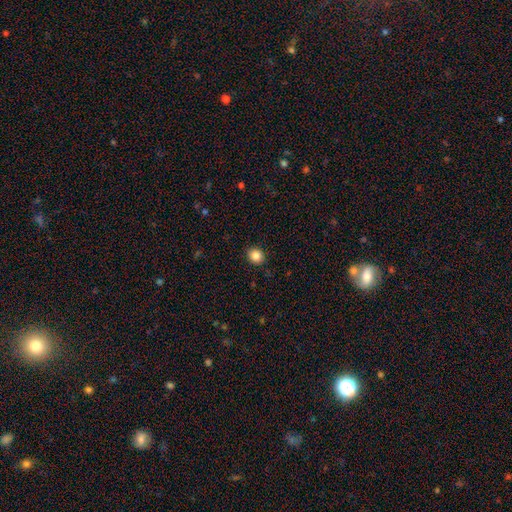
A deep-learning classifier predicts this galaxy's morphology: This appears to be a smooth galaxy with no disk features (85%) that is round (76%). Merging: none (91%).